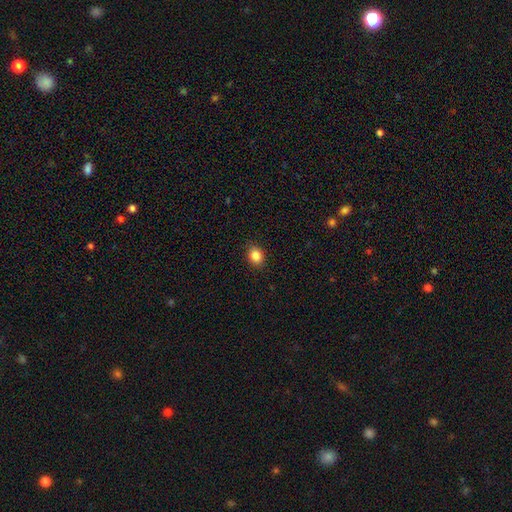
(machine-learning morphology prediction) Smooth or featured: smooth — 86% (star or artifact — 10%)
How rounded: round — 51% (in between — 48%)
Merging: none — 88% (minor disturbance — 9%)